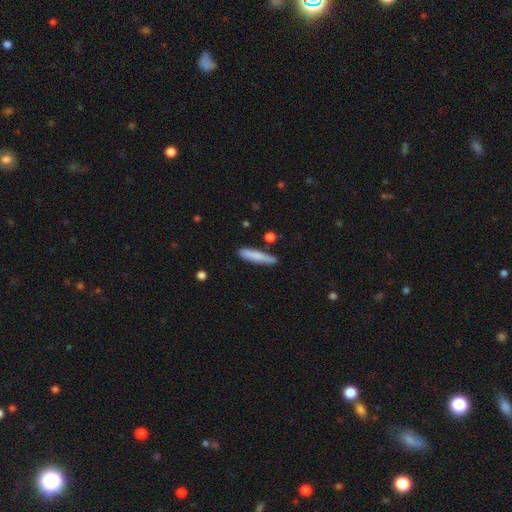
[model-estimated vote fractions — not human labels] A smooth galaxy with no disk features (80%) that is cigar-shaped (88%).

Vote fractions:
- Smooth or featured? smooth: 80% / featured or disk: 14% / star or artifact: 6%
- How rounded? cigar-shaped: 88% / in between: 10% / round: 1%
- Merging? none: 82% / minor disturbance: 13% / merger: 3% / major disturbance: 2%